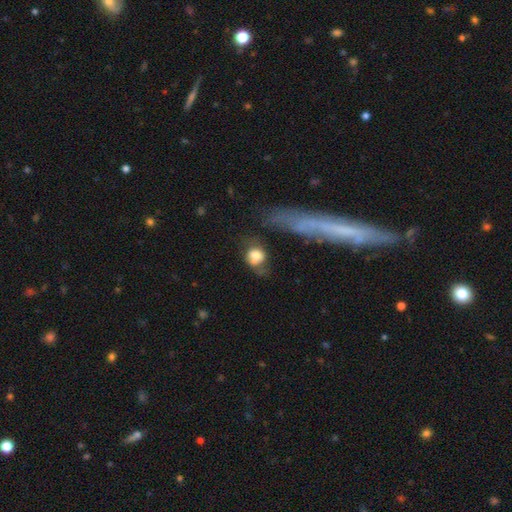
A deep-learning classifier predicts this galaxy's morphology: Overall: smooth (69%). How rounded: round (61%; in between 37%). Merging: none (38%; minor disturbance 24%).